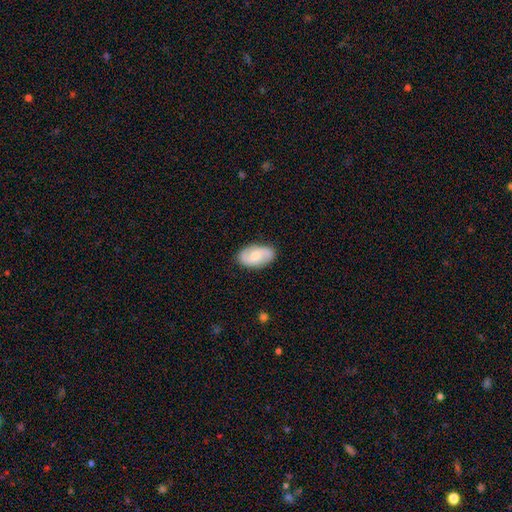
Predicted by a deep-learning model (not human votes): A featured or disk galaxy (55%) with no bar (55%), spiral arms (91%) and a moderate central bulge (49%). Merging: none (84%).